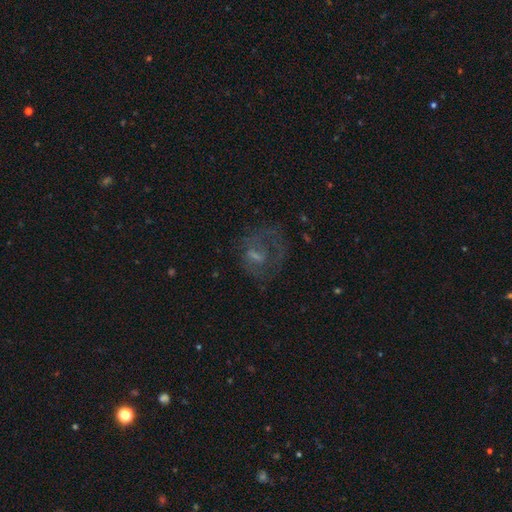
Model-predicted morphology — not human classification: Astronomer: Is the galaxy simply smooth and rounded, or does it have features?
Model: featured or disk — 52% (runner-up: smooth, 27%).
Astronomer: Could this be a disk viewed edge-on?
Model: no — 96%.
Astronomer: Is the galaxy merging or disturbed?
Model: none — 47% (runner-up: major disturbance, 34%).